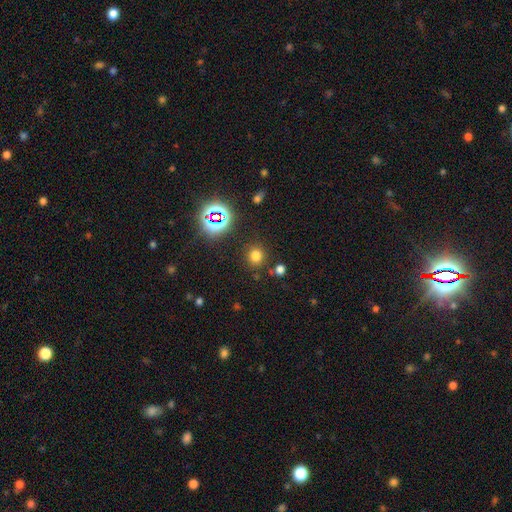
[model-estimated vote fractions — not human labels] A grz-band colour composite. It shows a smooth galaxy with no disk features (71%) that is round (83%). Merging: none (83%).